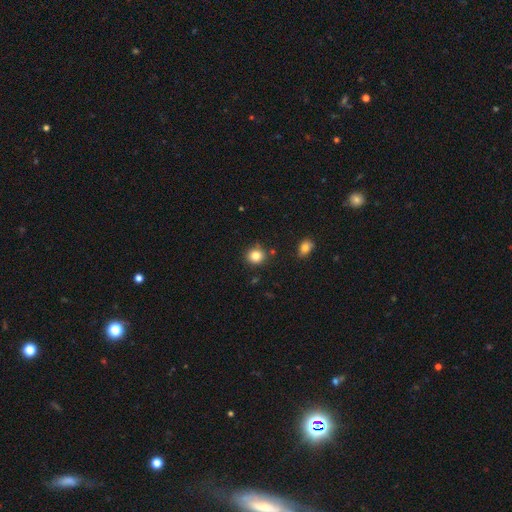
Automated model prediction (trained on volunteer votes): Morphology: type=smooth (83%); roundness=round (87%); merging=none (85%).